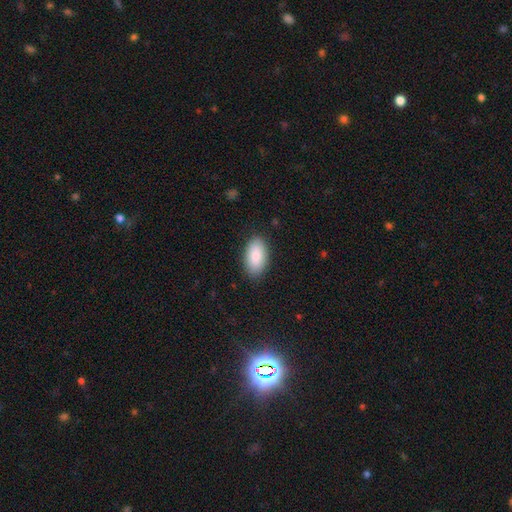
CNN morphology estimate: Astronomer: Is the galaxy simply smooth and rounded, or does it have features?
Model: smooth — 87%.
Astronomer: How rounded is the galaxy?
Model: in between — 95%.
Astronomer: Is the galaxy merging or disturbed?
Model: none — 87%.